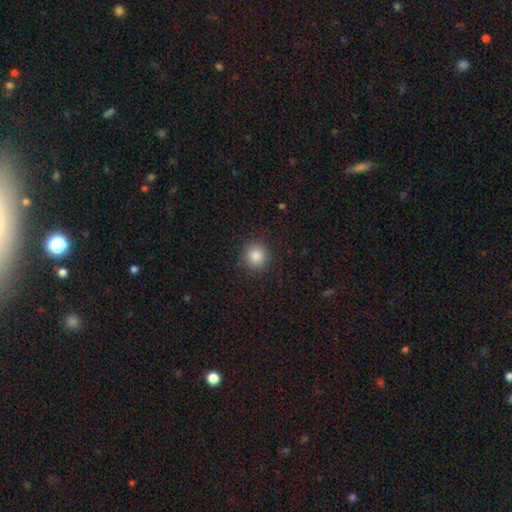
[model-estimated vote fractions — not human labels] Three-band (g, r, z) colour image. It shows a smooth galaxy with no disk features (86%) that is round (93%). Merging: none (91%).